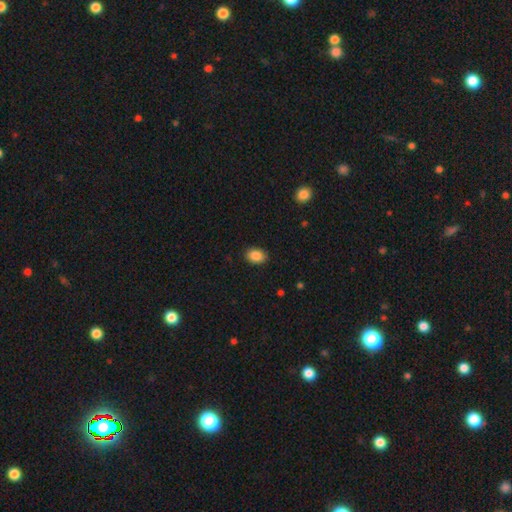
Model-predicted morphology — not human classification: Q: Smooth or featured?
A: smooth (88%); runner-up: star or artifact (8%)
Q: How rounded?
A: in between (77%); runner-up: round (22%)
Q: Merging?
A: none (88%); runner-up: minor disturbance (9%)